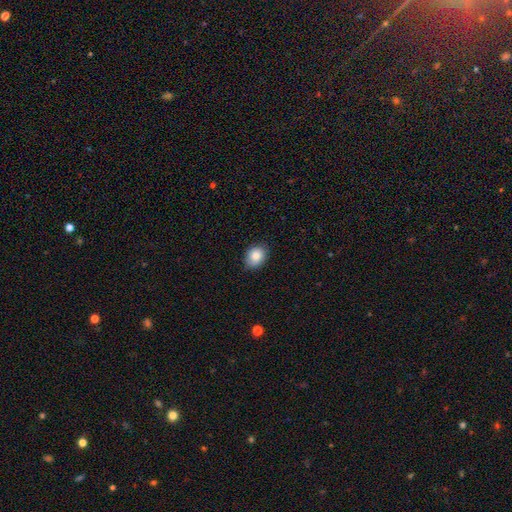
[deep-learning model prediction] smooth 84%, star or artifact 8%, featured or disk 7%. Down the decision tree: how rounded — in between (54%); merging — none (84%).